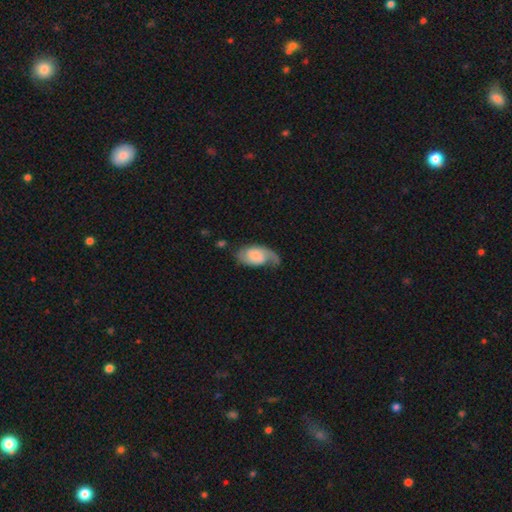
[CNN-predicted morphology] Smooth or featured?
  - featured or disk: 60% *
  - smooth: 33%
  - star or artifact: 6%
Edge-on disk?
  - no: 96% *
  - yes: 4%
Bar?
  - no: 60% *
  - weak: 34%
  - strong: 7%
Spiral arms?
  - yes: 92% *
  - no: 8%
Spiral winding?
  - medium: 39% * (tied)
  - loose: 39% * (tied)
  - tight: 22%
Spiral arm count?
  - 2: 59% *
  - 1: 32%
  - can't tell: 6%
  - 3: 1%
  - 4: 1%
  - more than 4: 1%
Bulge size?
  - small: 35% *
  - none: 24%
  - moderate: 22%
  - large: 14%
  - dominant: 4%
Merging?
  - none: 45% *
  - minor disturbance: 28%
  - major disturbance: 23%
  - merger: 3%